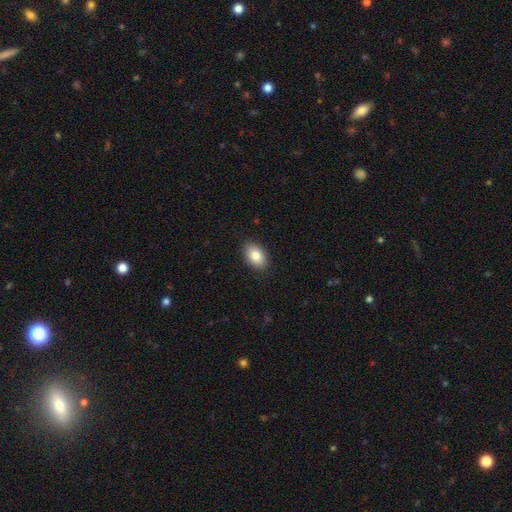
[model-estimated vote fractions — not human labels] Smooth or featured? Predicted: smooth (p=0.84). How rounded? Predicted: in between (p=0.87). Merging? Predicted: none (p=0.89).